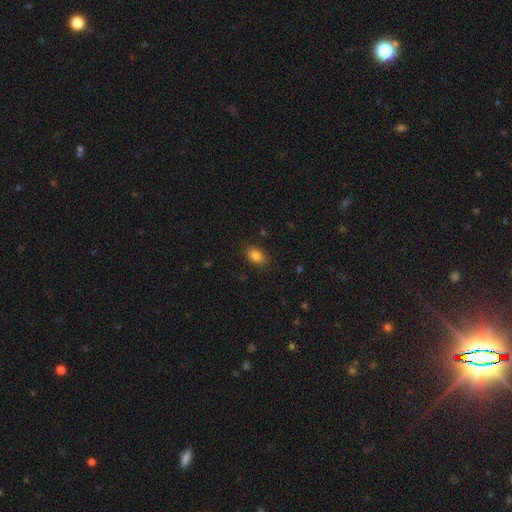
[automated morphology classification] smooth_or_featured: smooth (p=0.85) [alt: star or artifact p=0.10]
how_rounded: in between (p=0.83) [alt: round p=0.15]
merging: none (p=0.87) [alt: minor disturbance p=0.09]